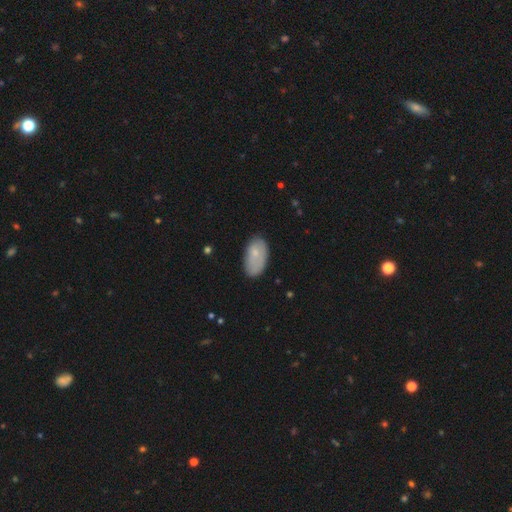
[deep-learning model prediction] Smooth or featured?
  - smooth: 73% *
  - featured or disk: 20%
  - star or artifact: 7%
How rounded?
  - in between: 94% *
  - round: 3%
  - cigar-shaped: 2%
Merging?
  - none: 66% *
  - minor disturbance: 25%
  - major disturbance: 6%
  - merger: 2%